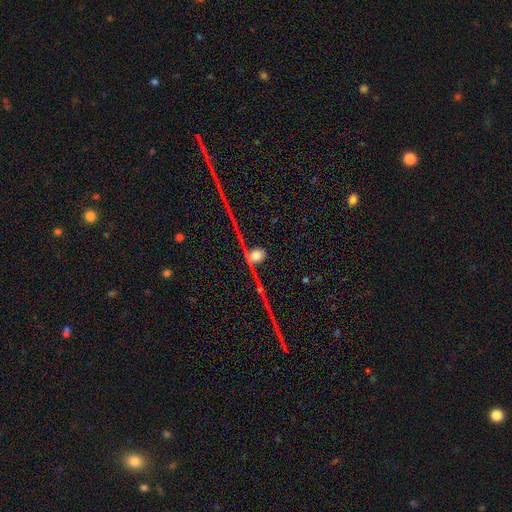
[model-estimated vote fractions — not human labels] Overall: featured or disk (41%; smooth 38%). Merging: none (47%; major disturbance 23%).